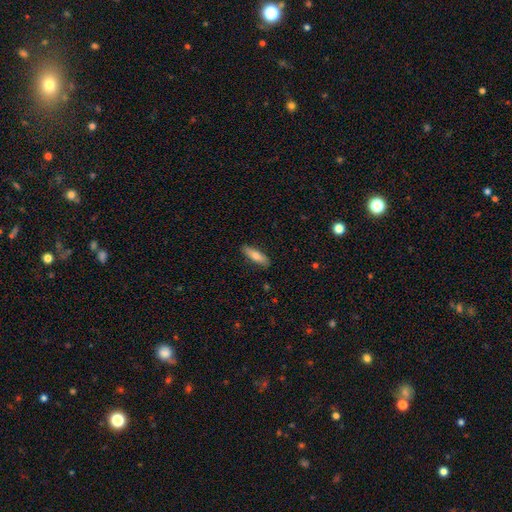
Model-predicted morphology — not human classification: Smooth or featured: smooth — 71% (featured or disk — 23%)
How rounded: cigar-shaped — 59% (in between — 39%)
Merging: none — 87% (minor disturbance — 10%)